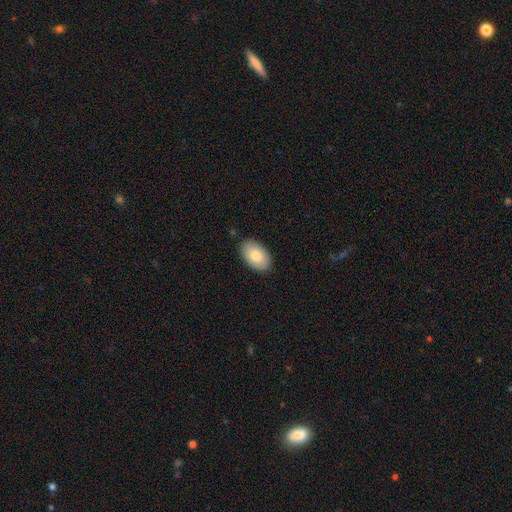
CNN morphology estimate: Q: Smooth or featured?
A: smooth (82%); runner-up: featured or disk (12%)
Q: How rounded?
A: in between (94%); runner-up: round (5%)
Q: Merging?
A: none (87%); runner-up: minor disturbance (10%)